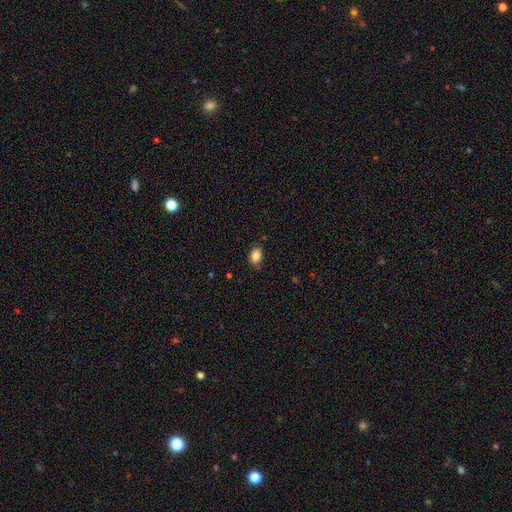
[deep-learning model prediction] The model was most divided on "how rounded": in between: 79%, round: 20%, cigar-shaped: 1%. More confident: smooth or featured — smooth (85%); merging — none (79%).